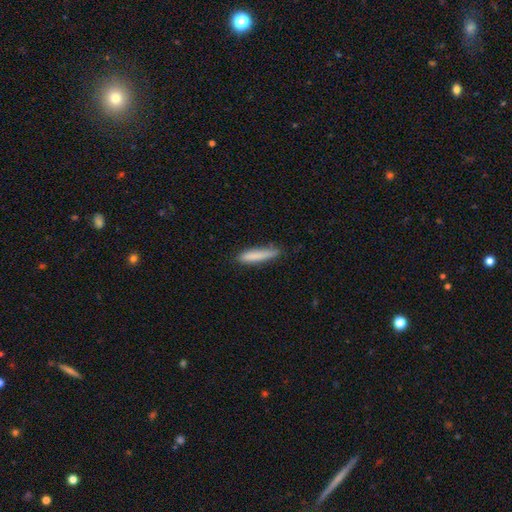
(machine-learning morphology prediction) Overall: smooth (83%). How rounded: cigar-shaped (89%). Merging: none (78%).